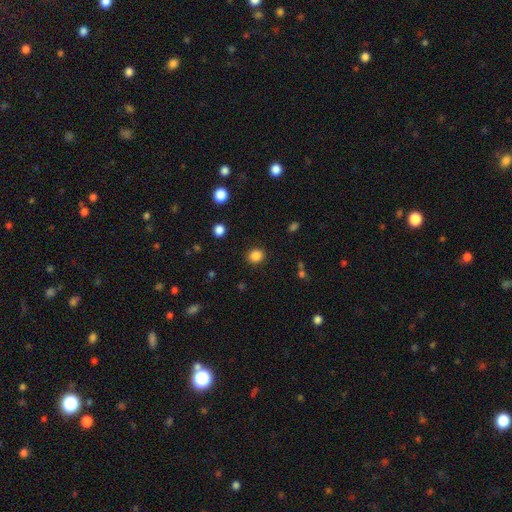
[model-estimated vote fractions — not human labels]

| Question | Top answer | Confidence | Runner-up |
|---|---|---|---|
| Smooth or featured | smooth | 85% | star or artifact (11%) |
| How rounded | round | 80% | in between (19%) |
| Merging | none | 89% | minor disturbance (7%) |